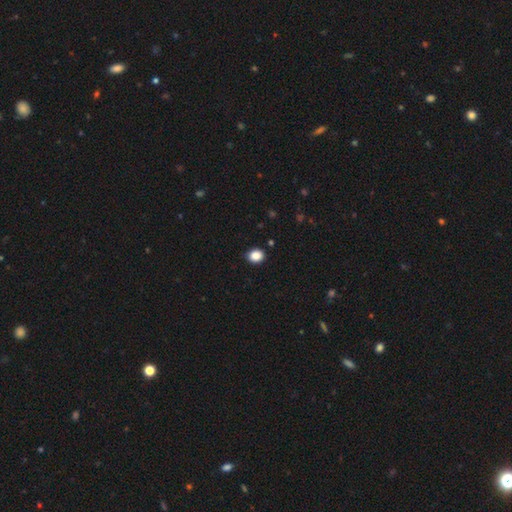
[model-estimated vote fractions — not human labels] smooth-or-featured: smooth: 87% | star or artifact: 10% | featured or disk: 3%
  how-rounded: round: 57% | in between: 42% | cigar-shaped: 1%
  merging: none: 89% | minor disturbance: 8% | major disturbance: 2% | merger: 1%